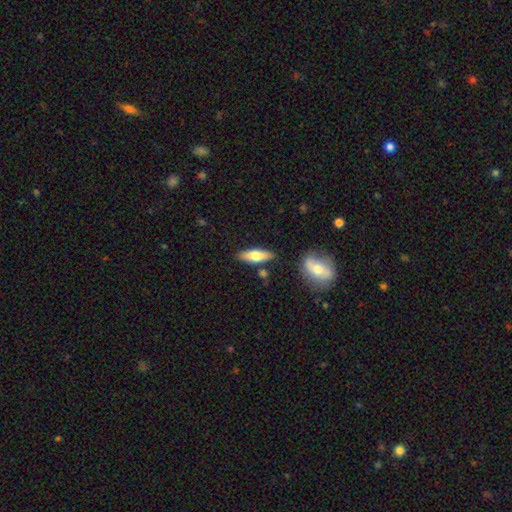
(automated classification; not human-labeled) The model was most divided on "how rounded": in between: 55%, cigar-shaped: 42%, round: 2%. More confident: merging — none (80%); smooth or featured — smooth (66%).